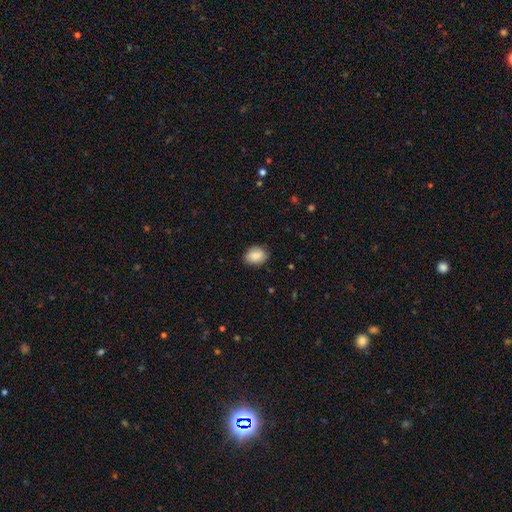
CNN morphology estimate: A smooth galaxy with no disk features (82%) that is in between round and cigar-shaped (64%).

Vote fractions:
- Smooth or featured? smooth: 82% / featured or disk: 11% / star or artifact: 8%
- How rounded? in between: 64% / round: 34% / cigar-shaped: 1%
- Merging? none: 78% / minor disturbance: 18% / major disturbance: 3% / merger: 1%